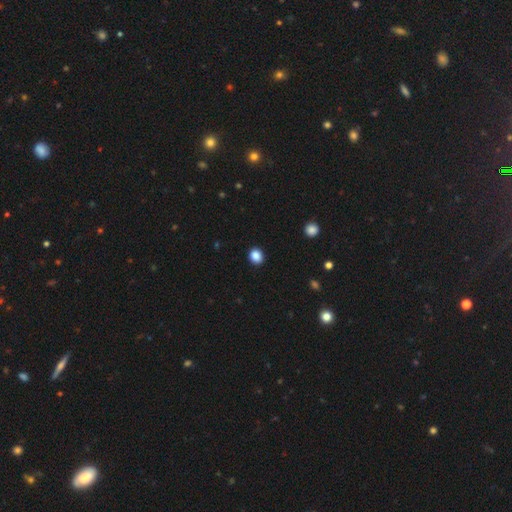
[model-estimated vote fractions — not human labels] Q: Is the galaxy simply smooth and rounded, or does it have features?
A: smooth — 87%.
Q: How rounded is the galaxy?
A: round — 64%.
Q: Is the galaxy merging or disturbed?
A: none — 91%.